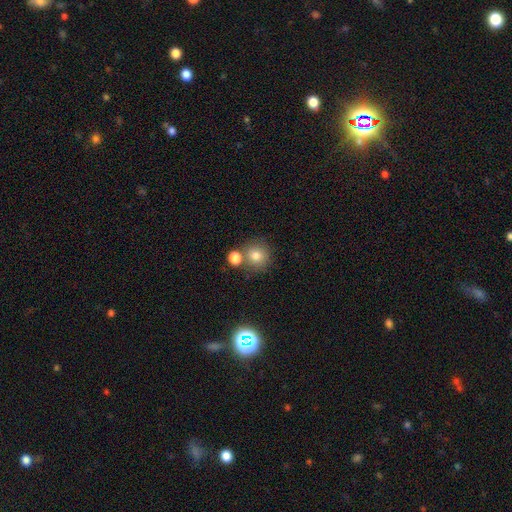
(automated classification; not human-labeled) smooth-or-featured: smooth: 79% | star or artifact: 12% | featured or disk: 9%
  how-rounded: round: 90% | in between: 9% | cigar-shaped: 1%
  merging: none: 67% | merger: 20% | minor disturbance: 9% | major disturbance: 3%